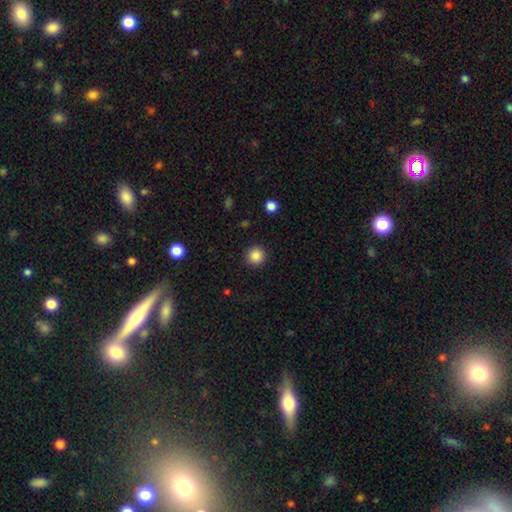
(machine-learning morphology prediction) This appears to be a smooth galaxy with no disk features (86%) that is round (94%). Merging: none (91%).